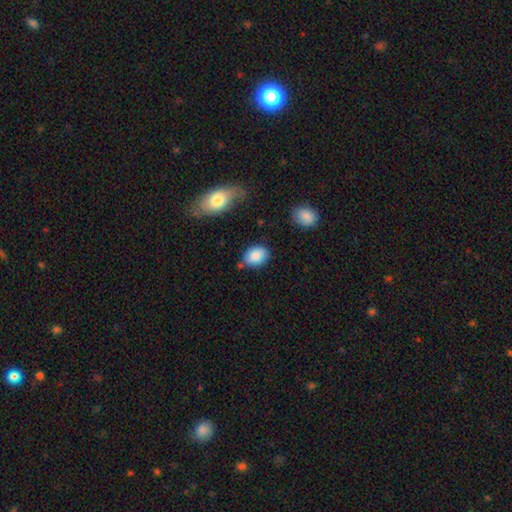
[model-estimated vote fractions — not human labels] Smooth or featured? Predicted: smooth (p=0.85). How rounded? Predicted: in between (p=0.64). Merging? Predicted: none (p=0.69).